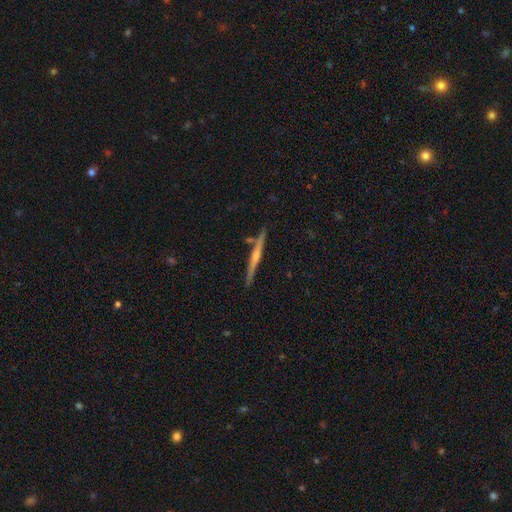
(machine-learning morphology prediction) Q: Smooth or featured?
A: featured or disk (73%); runner-up: smooth (18%)
Q: Edge-on disk?
A: yes (96%); runner-up: no (4%)
Q: Edge-on bulge?
A: rounded (71%); runner-up: none (21%)
Q: Merging?
A: none (86%); runner-up: minor disturbance (9%)